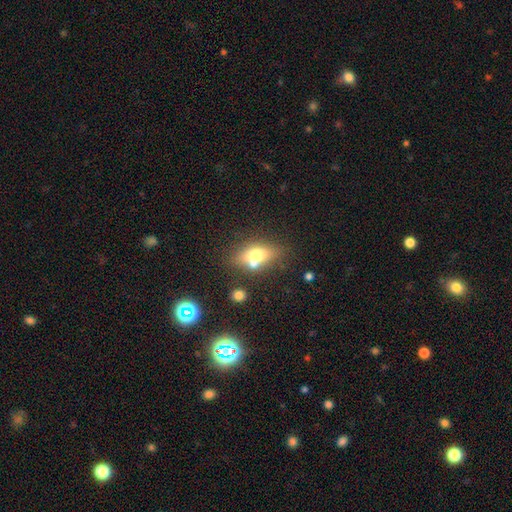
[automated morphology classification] smooth 63%, featured or disk 26%, star or artifact 11%. Down the decision tree: how rounded — in between (75%); merging — none (55%).